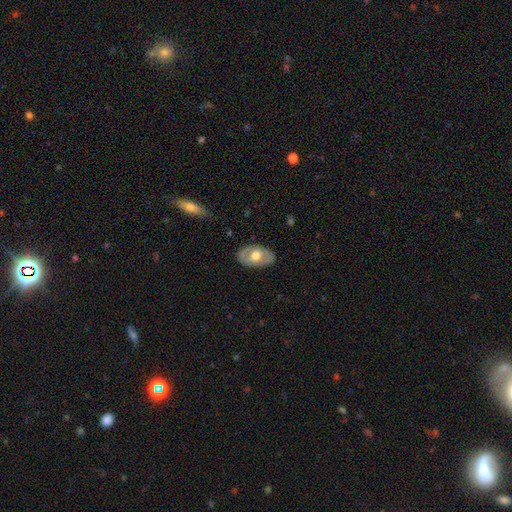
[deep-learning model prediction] Smooth or featured?
  - featured or disk: 50% *
  - smooth: 45%
  - star or artifact: 5%
Merging?
  - none: 79% *
  - minor disturbance: 16%
  - major disturbance: 4%
  - merger: 1%